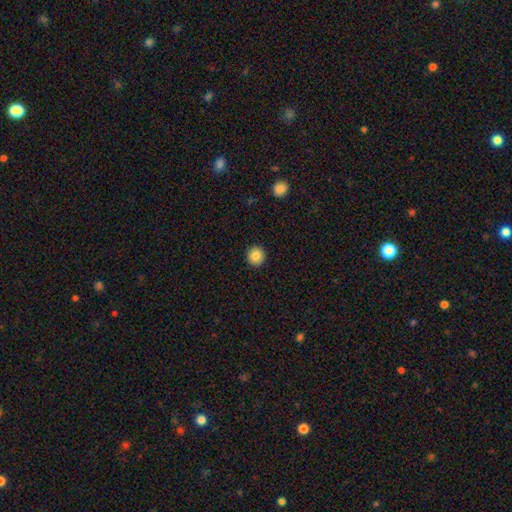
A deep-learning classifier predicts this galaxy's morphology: The model was most divided on "smooth or featured": smooth: 86%, star or artifact: 9%, featured or disk: 5%. More confident: how rounded — round (94%); merging — none (93%).